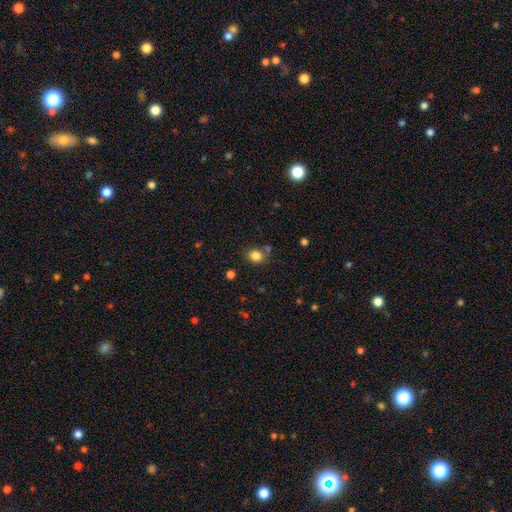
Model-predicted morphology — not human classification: Smooth or featured?
  - smooth: 83% *
  - star or artifact: 12%
  - featured or disk: 5%
How rounded?
  - round: 67% *
  - in between: 32%
  - cigar-shaped: 1%
Merging?
  - none: 72% *
  - minor disturbance: 13%
  - merger: 11%
  - major disturbance: 4%